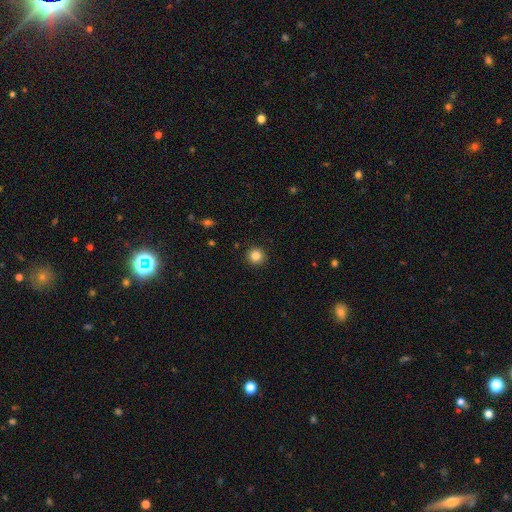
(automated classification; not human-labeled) A smooth galaxy with no disk features (84%) that is round (95%). Merging: none (92%).